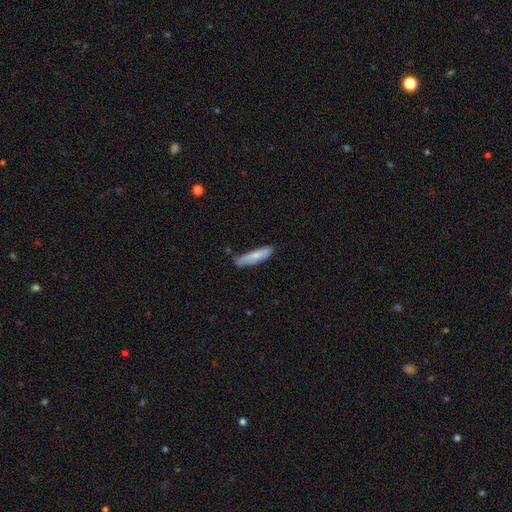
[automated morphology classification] smooth_or_featured: smooth (p=0.77) [alt: featured or disk p=0.17]
how_rounded: cigar-shaped (p=0.74) [alt: in between p=0.24]
merging: none (p=0.69) [alt: minor disturbance p=0.23]